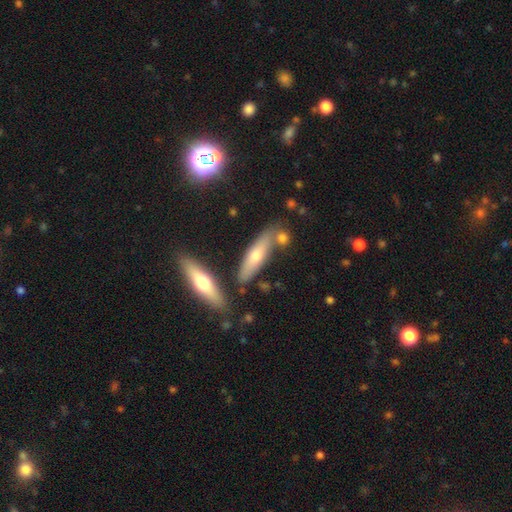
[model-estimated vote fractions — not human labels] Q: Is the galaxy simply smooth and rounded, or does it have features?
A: featured or disk — 48%.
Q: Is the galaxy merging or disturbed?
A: none — 72%.